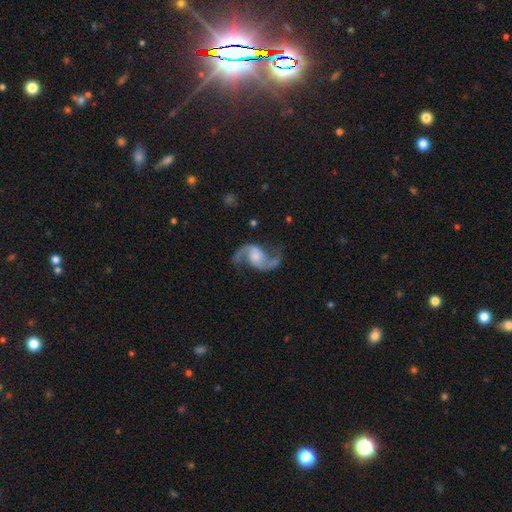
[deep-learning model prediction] The model was most divided on "bulge size": small: 37%, moderate: 33%, none: 16%, large: 11%, dominant: 2%. More confident: edge-on disk — no (98%); spiral arms — yes (97%); spiral arm count — 2 (94%); smooth or featured — featured or disk (91%); merging — none (74%); spiral winding — loose (64%); bar — no (52%).